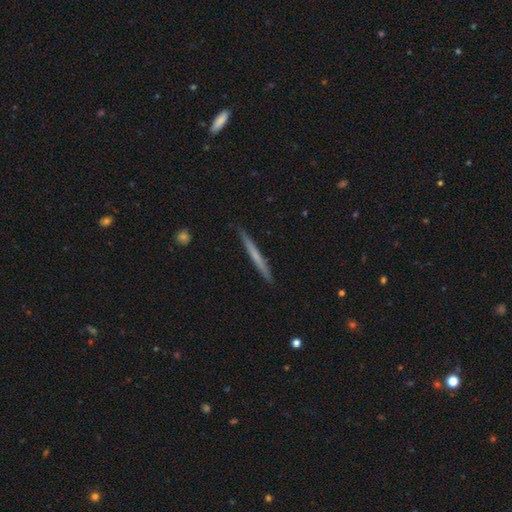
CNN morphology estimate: The model was most divided on "smooth or featured": smooth: 52%, featured or disk: 43%, star or artifact: 6%. More confident: how rounded — cigar-shaped (97%); merging — none (90%).